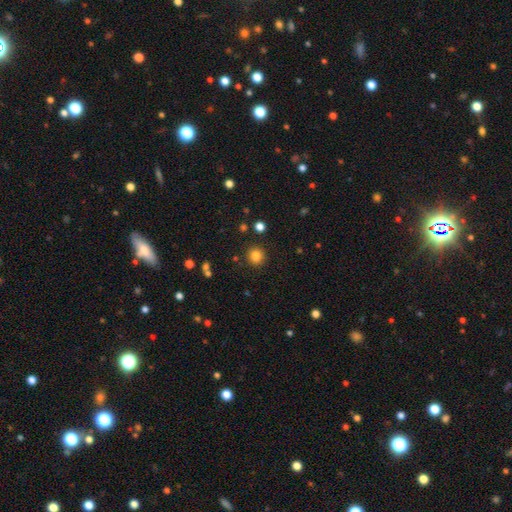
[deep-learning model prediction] This is clearly a smooth galaxy (82%). How rounded: clearly round (91%). Merging: clearly none (89%).